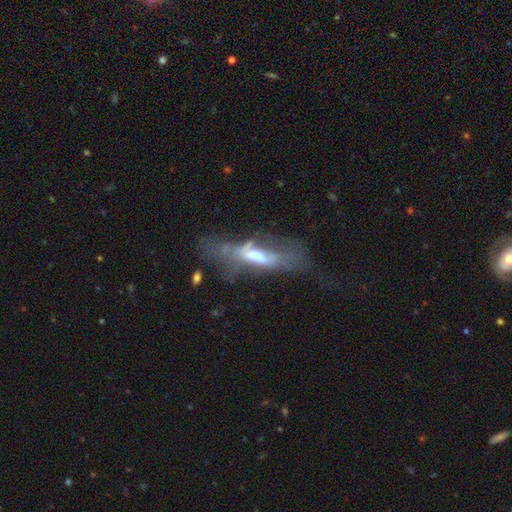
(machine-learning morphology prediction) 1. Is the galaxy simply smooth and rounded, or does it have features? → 59% featured or disk, 31% smooth, 10% star or artifact.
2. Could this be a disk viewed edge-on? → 60% no, 40% yes.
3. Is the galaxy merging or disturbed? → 40% major disturbance, 32% none, 21% minor disturbance, 7% merger.